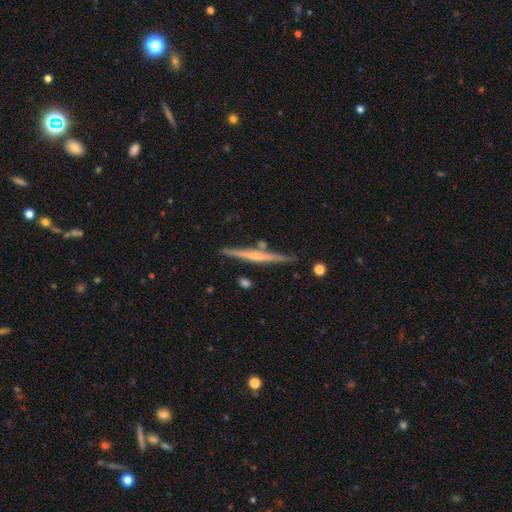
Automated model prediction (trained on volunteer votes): Smooth or featured?
  - featured or disk: 68% *
  - smooth: 26%
  - star or artifact: 6%
Edge-on disk?
  - yes: 98% *
  - no: 2%
Edge-on bulge?
  - none: 47% *
  - rounded: 44%
  - boxy: 9%
Merging?
  - none: 85% *
  - minor disturbance: 9%
  - merger: 5%
  - major disturbance: 2%